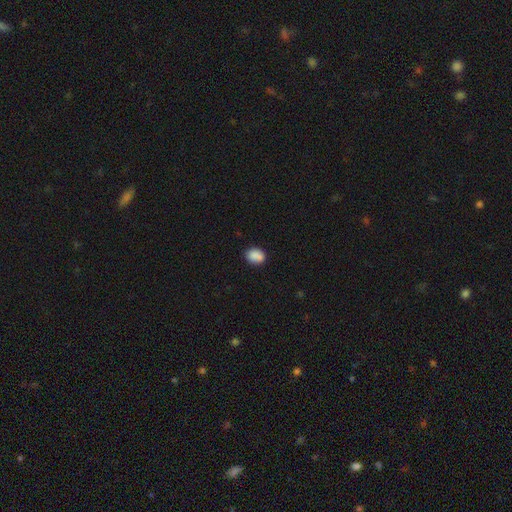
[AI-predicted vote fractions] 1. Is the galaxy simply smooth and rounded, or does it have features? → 85% smooth, 9% star or artifact, 6% featured or disk.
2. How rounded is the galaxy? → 60% in between, 39% round, 1% cigar-shaped.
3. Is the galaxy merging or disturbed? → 72% none, 16% minor disturbance, 9% merger, 3% major disturbance.